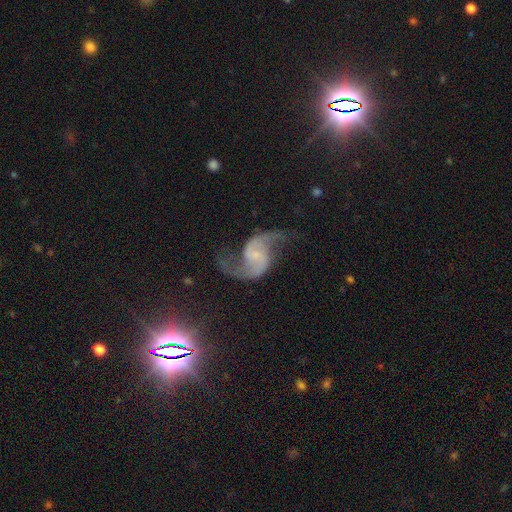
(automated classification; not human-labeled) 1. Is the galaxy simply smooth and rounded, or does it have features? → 90% featured or disk, 6% star or artifact, 4% smooth.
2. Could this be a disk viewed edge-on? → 98% no, 2% yes.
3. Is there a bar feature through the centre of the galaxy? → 52% no, 37% weak, 11% strong.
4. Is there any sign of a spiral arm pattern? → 97% yes, 3% no.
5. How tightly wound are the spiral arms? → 73% loose, 22% medium, 4% tight.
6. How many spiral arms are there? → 94% 2, 2% 1, 1% can't tell, 1% 3, 1% 4, 1% more than 4.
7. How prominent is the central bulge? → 62% small, 17% none, 17% moderate, 3% large, 1% dominant.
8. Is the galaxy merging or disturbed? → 70% none, 15% minor disturbance, 13% major disturbance, 3% merger.